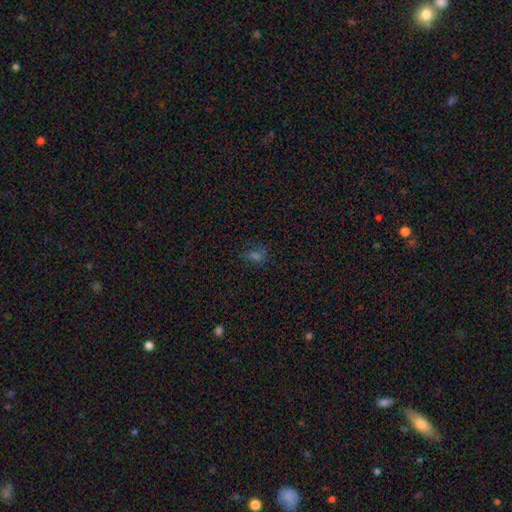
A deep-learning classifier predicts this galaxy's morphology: smooth 45%, star or artifact 40%, featured or disk 16%. Down the decision tree: merging — none (64%).